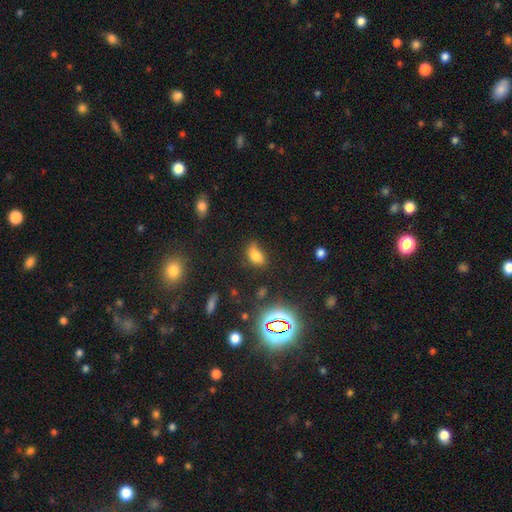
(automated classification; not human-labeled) Smooth or featured? Predicted: smooth (p=0.72). How rounded? Predicted: in between (p=0.86). Merging? Predicted: none (p=0.60).